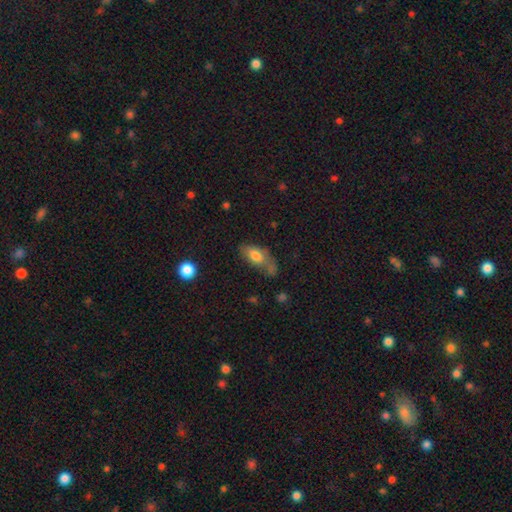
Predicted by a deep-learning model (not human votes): Morphology: type=smooth (74%); roundness=in between (85%); merging=none (46%).